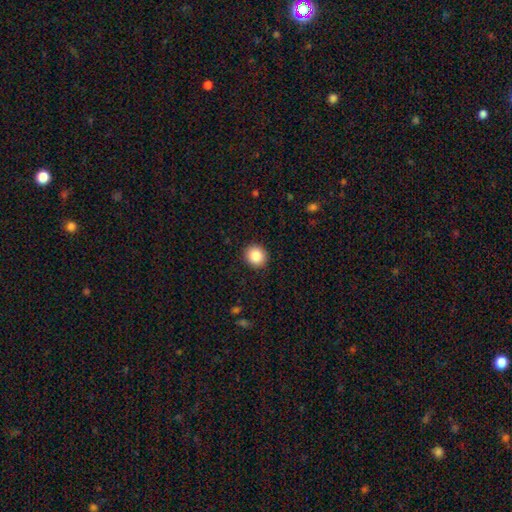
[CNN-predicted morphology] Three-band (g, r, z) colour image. It shows a smooth galaxy with no disk features (86%) that is round (86%). Merging: none (91%).